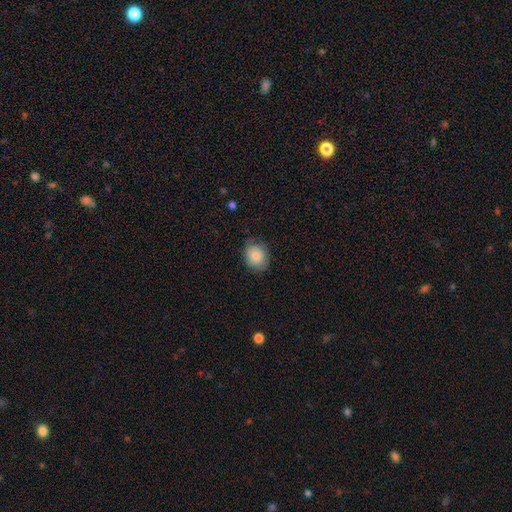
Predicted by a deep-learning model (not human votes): smooth_or_featured: smooth (p=0.86) [alt: star or artifact p=0.07]
how_rounded: round (p=0.58) [alt: in between p=0.42]
merging: none (p=0.76) [alt: minor disturbance p=0.19]